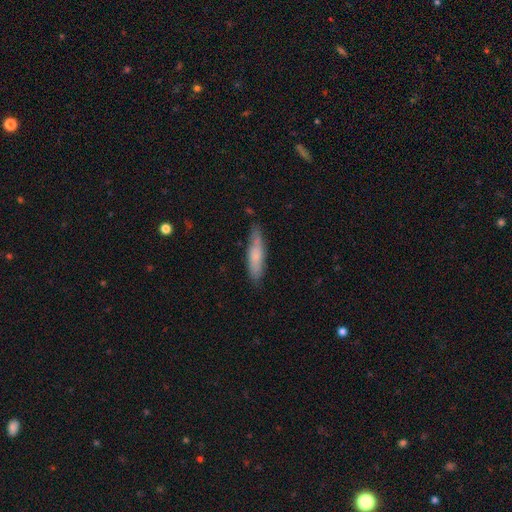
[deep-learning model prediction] Smooth or featured: smooth — 71% (featured or disk — 24%)
How rounded: cigar-shaped — 77% (in between — 22%)
Merging: none — 76% (minor disturbance — 19%)